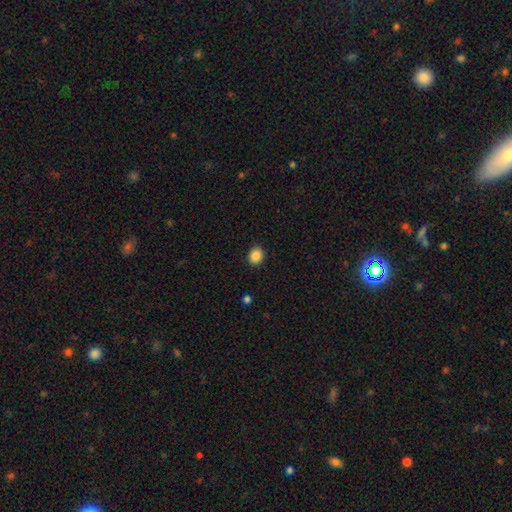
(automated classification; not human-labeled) A smooth galaxy with no disk features (87%) that is round (61%).

Vote fractions:
- Smooth or featured? smooth: 87% / star or artifact: 9% / featured or disk: 4%
- How rounded? round: 61% / in between: 38% / cigar-shaped: 1%
- Merging? none: 91% / minor disturbance: 6% / major disturbance: 2% / merger: 1%